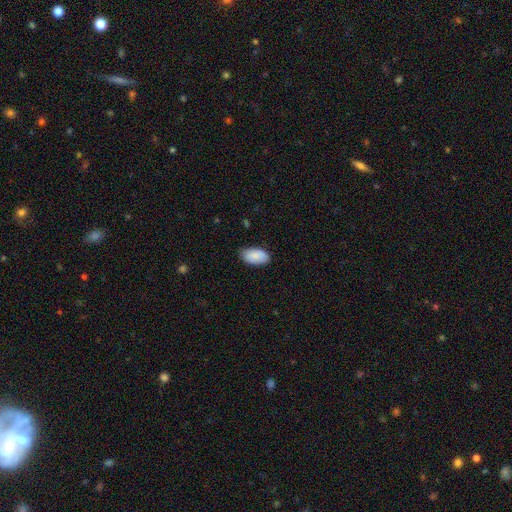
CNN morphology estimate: Smooth or featured? smooth (88%)
How rounded? in between (95%)
Merging? none (80%)